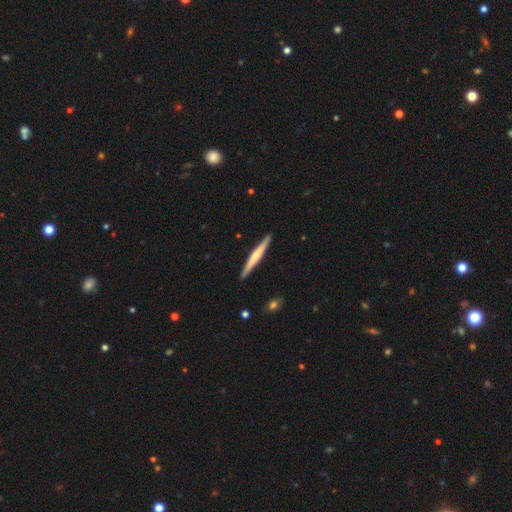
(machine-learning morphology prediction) This is possibly a featured or disk galaxy (49%). Merging: clearly none (91%).